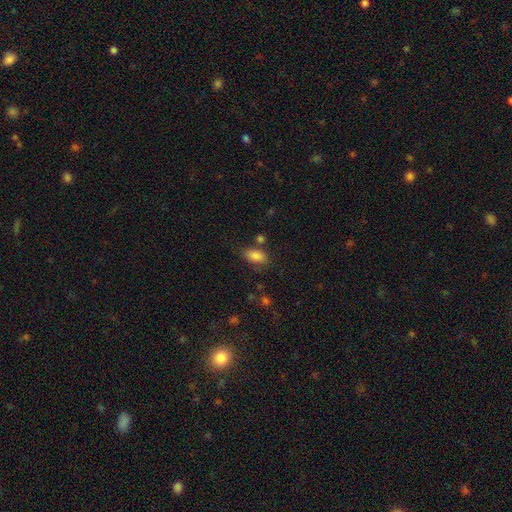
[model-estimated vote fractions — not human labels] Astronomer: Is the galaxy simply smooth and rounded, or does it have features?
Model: smooth — 86%.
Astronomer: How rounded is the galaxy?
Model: in between — 90%.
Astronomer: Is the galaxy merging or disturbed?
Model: none — 67%.